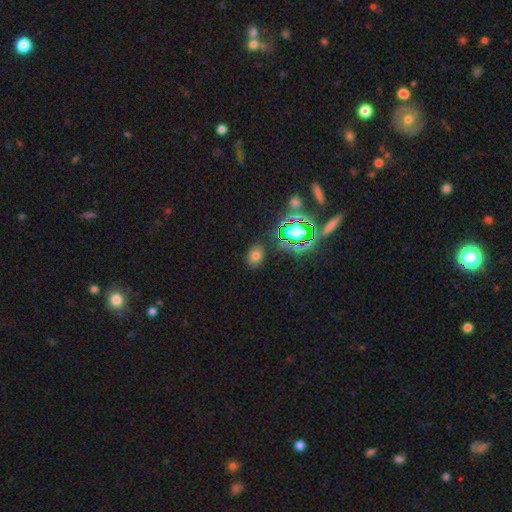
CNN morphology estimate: Smooth or featured: smooth — 64% (star or artifact — 25%)
How rounded: in between — 65% (round — 34%)
Merging: none — 81% (minor disturbance — 12%)